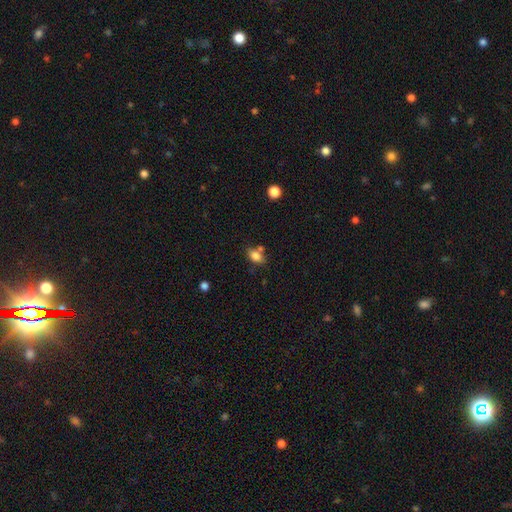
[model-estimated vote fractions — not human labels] Q: Smooth or featured?
A: smooth (82%); runner-up: star or artifact (10%)
Q: How rounded?
A: in between (82%); runner-up: round (16%)
Q: Merging?
A: none (61%); runner-up: merger (19%)